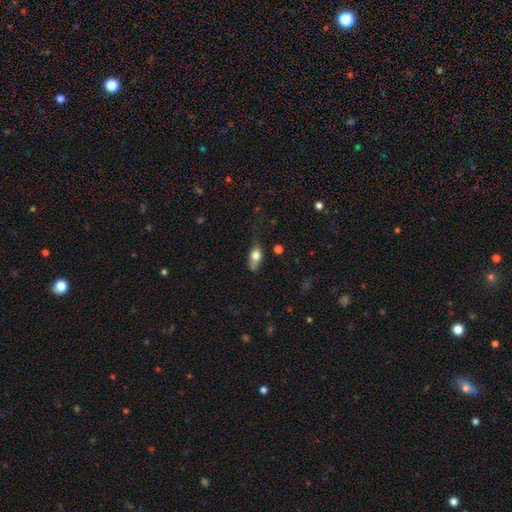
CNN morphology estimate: Smooth or featured: smooth — 74% (featured or disk — 18%)
How rounded: in between — 75% (round — 14%)
Merging: none — 39% (minor disturbance — 36%)